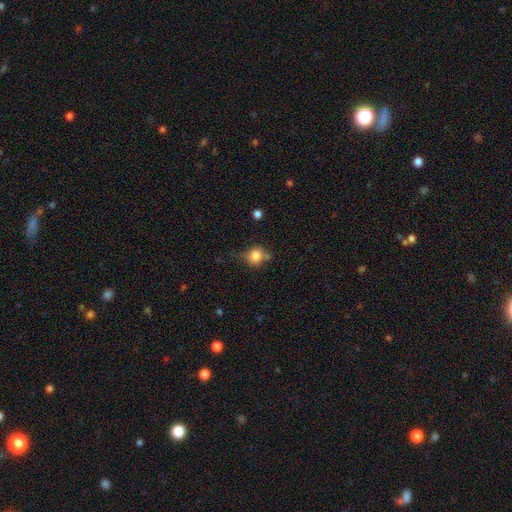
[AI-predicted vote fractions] The model was most divided on "merging": none: 59%, minor disturbance: 24%, merger: 10%, major disturbance: 7%. More confident: how rounded — round (83%); smooth or featured — smooth (81%).